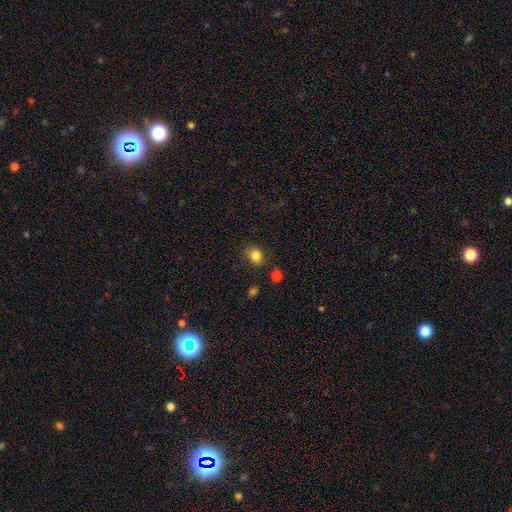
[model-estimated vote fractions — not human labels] Morphology: type=smooth (83%); roundness=round (62%); merging=none (78%).